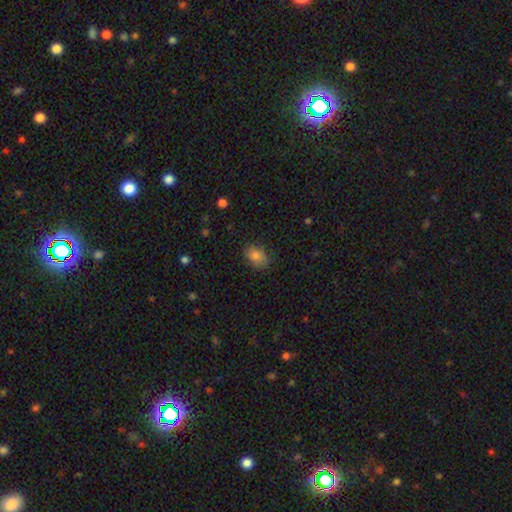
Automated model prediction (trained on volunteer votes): Q: Smooth or featured?
A: smooth (85%); runner-up: star or artifact (9%)
Q: How rounded?
A: in between (82%); runner-up: round (17%)
Q: Merging?
A: none (81%); runner-up: minor disturbance (14%)